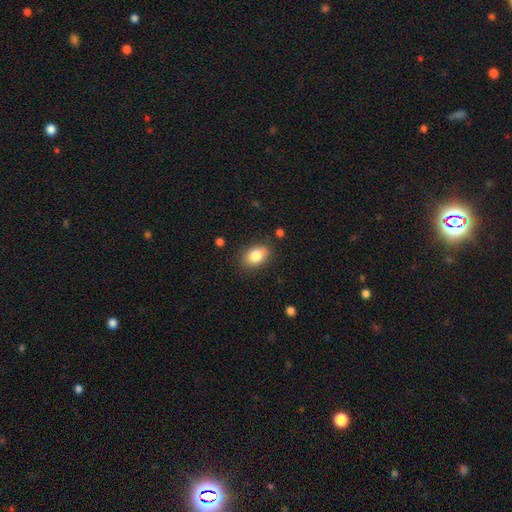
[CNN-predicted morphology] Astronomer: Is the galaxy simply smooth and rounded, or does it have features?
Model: smooth — 83%.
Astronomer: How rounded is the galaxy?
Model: in between — 83%.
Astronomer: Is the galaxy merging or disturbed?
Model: none — 81%.